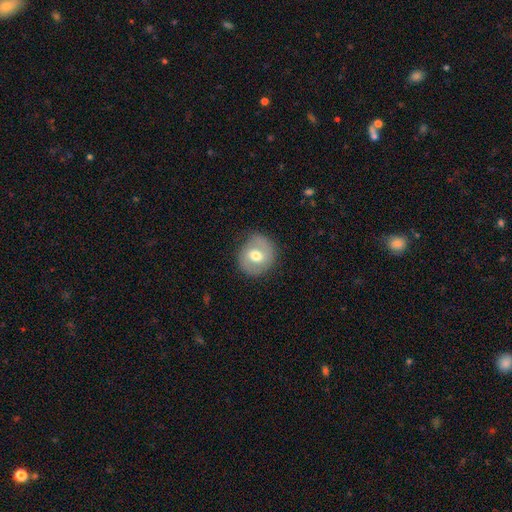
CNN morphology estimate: The model was most divided on "smooth or featured": smooth: 52%, featured or disk: 41%, star or artifact: 7%. More confident: how rounded — round (81%); merging — none (81%).